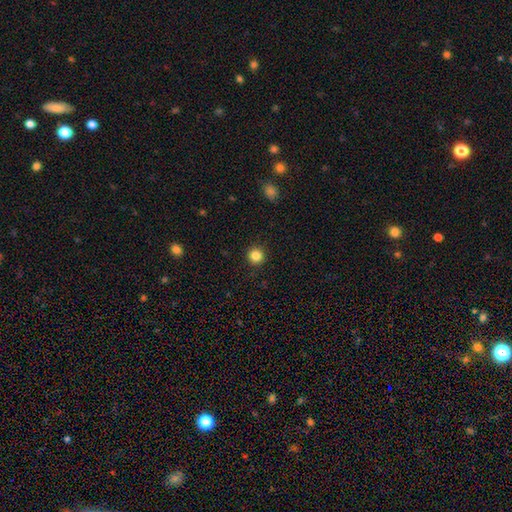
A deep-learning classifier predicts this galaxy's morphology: This appears to be a smooth galaxy with no disk features (85%) that is round (96%). Merging: none (93%).